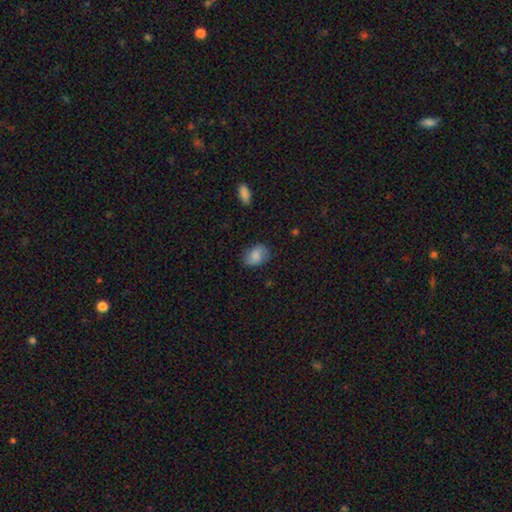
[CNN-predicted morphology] type=smooth (76%); roundness=in between (78%); merging=none (75%).